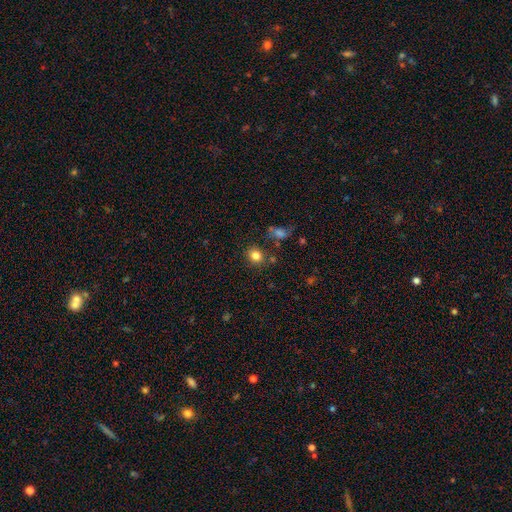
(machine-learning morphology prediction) This appears to be a smooth galaxy with no disk features (82%) that is round (78%). Merging: none (81%).